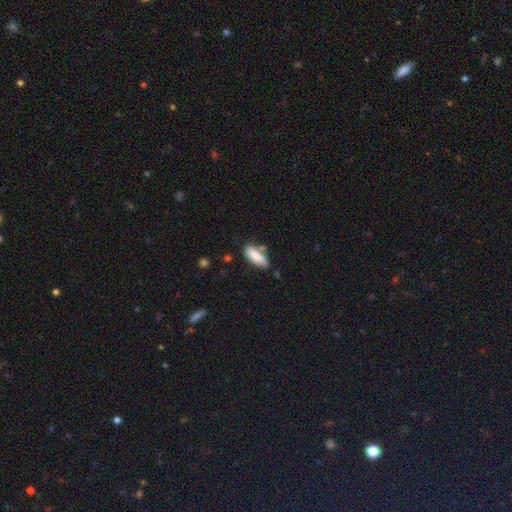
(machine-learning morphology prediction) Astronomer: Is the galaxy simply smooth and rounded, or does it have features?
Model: smooth — 83%.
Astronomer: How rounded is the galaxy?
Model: in between — 71%.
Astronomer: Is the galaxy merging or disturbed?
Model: none — 57%.